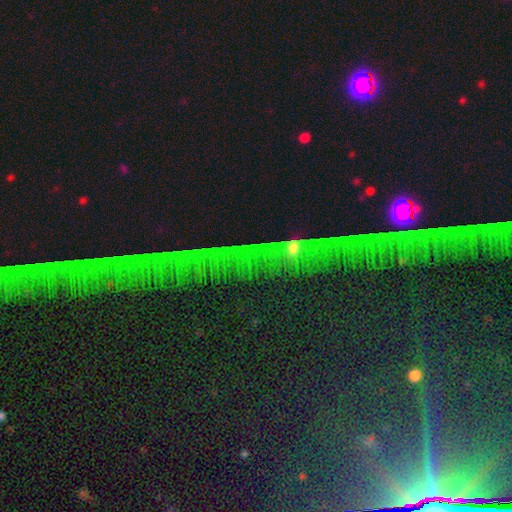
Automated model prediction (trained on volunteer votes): Morphology: type=star or artifact (80%).